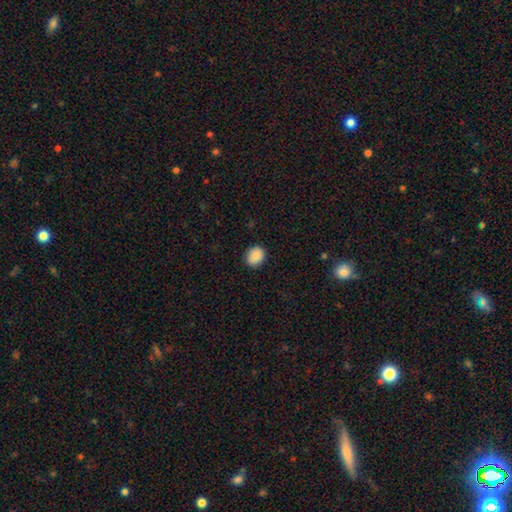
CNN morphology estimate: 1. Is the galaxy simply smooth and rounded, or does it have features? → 89% smooth, 8% star or artifact, 3% featured or disk.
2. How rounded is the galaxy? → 62% round, 37% in between, 1% cigar-shaped.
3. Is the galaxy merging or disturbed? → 88% none, 9% minor disturbance, 2% major disturbance, 1% merger.